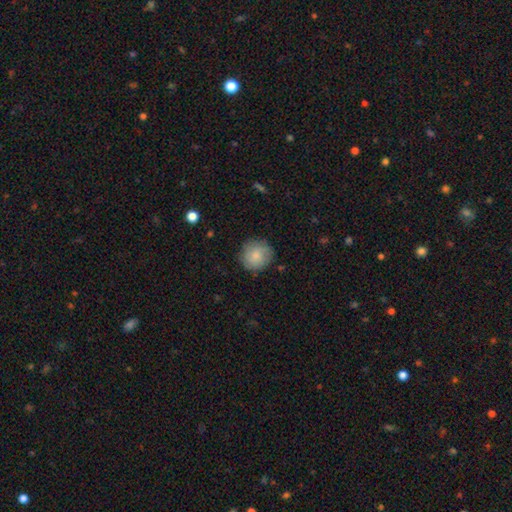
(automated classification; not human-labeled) A smooth galaxy with no disk features (82%) that is round (93%). Merging: none (85%).